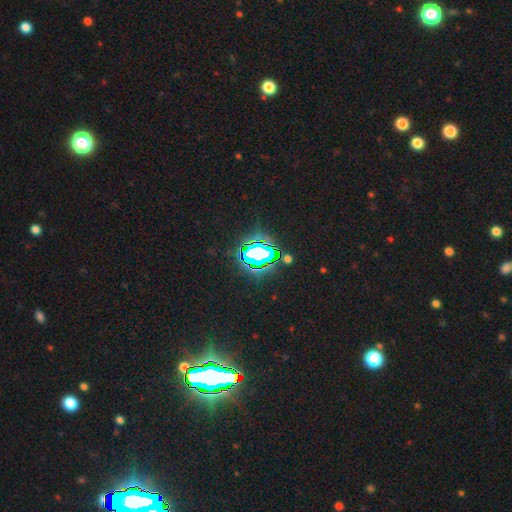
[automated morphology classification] star or artifact 72%, smooth 16%, featured or disk 12%.